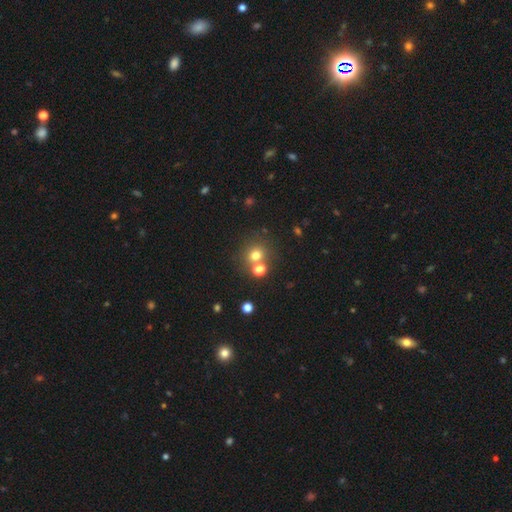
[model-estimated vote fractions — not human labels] Morphology: type=smooth (72%); roundness=round (87%); merging=none (66%).